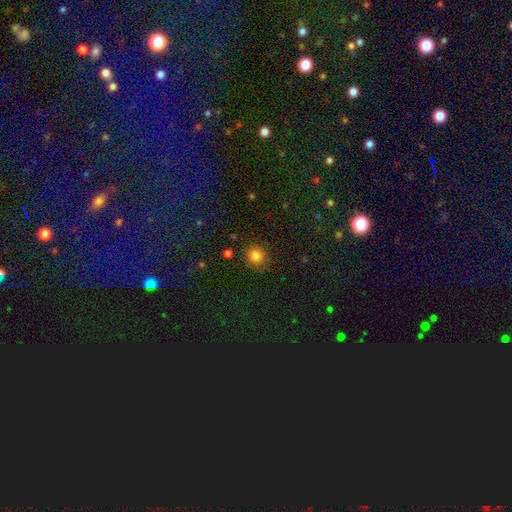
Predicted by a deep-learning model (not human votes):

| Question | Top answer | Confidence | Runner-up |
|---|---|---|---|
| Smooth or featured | smooth | 82% | star or artifact (13%) |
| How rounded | round | 88% | in between (11%) |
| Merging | none | 85% | minor disturbance (10%) |